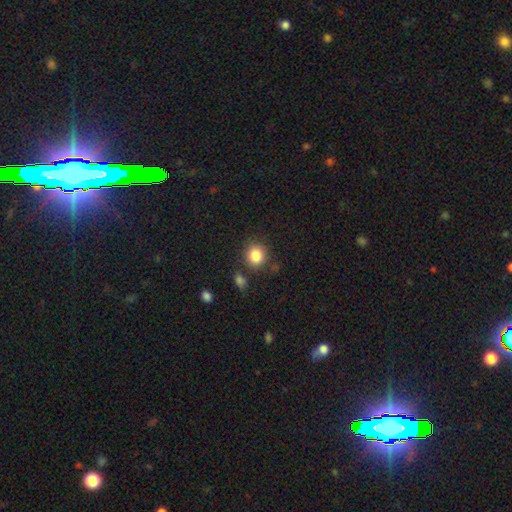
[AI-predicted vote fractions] smooth 85%, star or artifact 10%, featured or disk 5%. Down the decision tree: how rounded — round (82%); merging — none (80%).